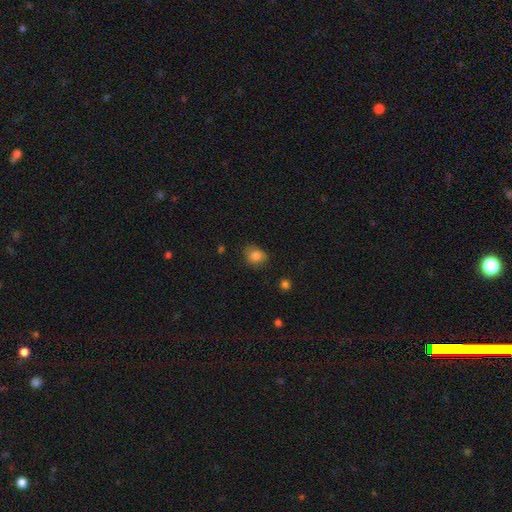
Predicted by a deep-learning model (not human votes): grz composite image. It shows a smooth galaxy with no disk features (84%) that is in between round and cigar-shaped (51%). Merging: none (71%).